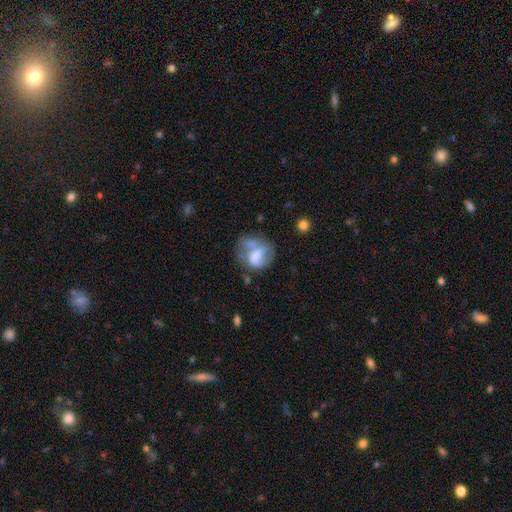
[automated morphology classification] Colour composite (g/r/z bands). It shows a smooth galaxy with no disk features (50%) that is round (51%). Merging: none (36%).